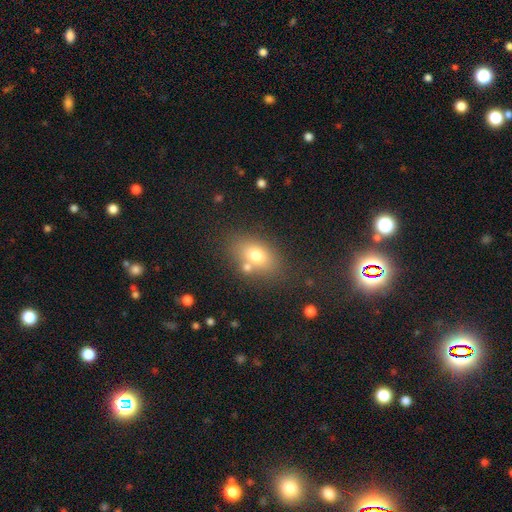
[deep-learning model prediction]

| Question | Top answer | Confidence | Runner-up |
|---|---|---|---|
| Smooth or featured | smooth | 72% | featured or disk (16%) |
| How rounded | in between | 79% | round (19%) |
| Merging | none | 67% | merger (15%) |